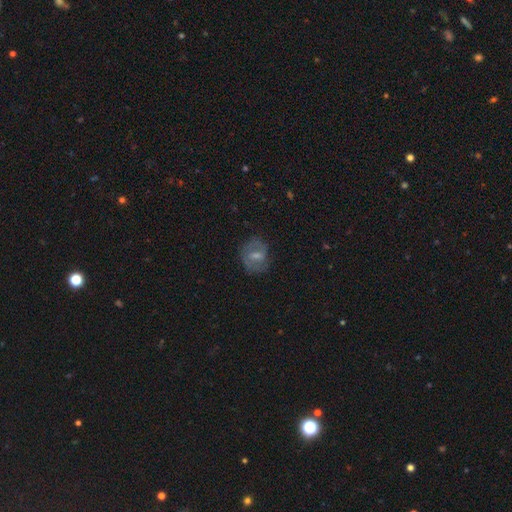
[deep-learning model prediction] Smooth or featured?
  - smooth: 47% *
  - featured or disk: 44%
  - star or artifact: 9%
Merging?
  - none: 64% *
  - minor disturbance: 22%
  - major disturbance: 13%
  - merger: 2%